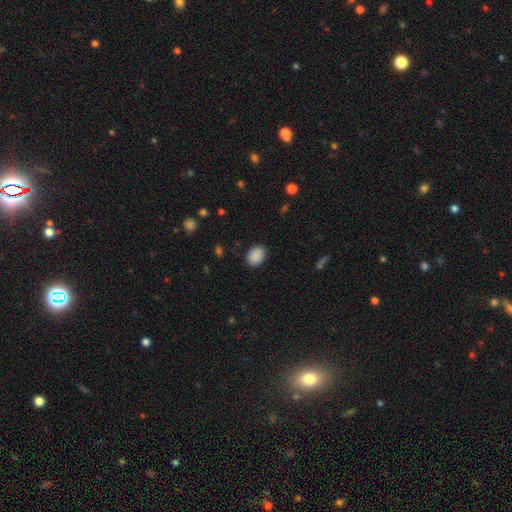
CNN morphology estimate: The model was most divided on "how rounded": in between: 74%, round: 25%, cigar-shaped: 1%. More confident: smooth or featured — smooth (90%); merging — none (88%).